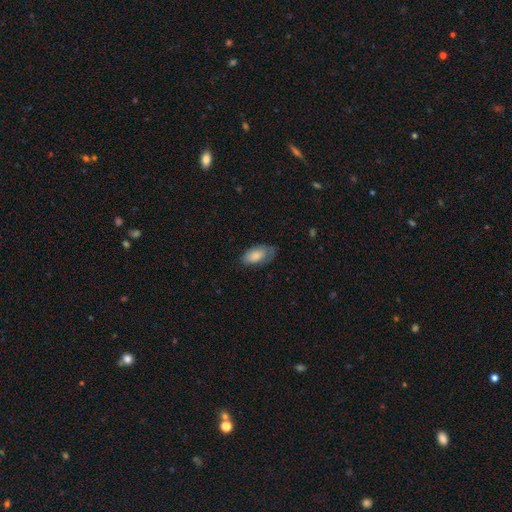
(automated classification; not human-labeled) This appears to be a smooth galaxy with no disk features (80%) that is in between round and cigar-shaped (93%). Merging: none (62%).